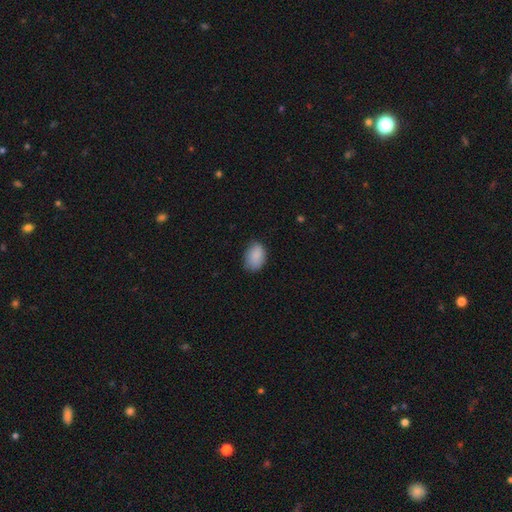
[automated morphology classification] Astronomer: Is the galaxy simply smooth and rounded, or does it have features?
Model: smooth — 88%.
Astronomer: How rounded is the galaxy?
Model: in between — 84%.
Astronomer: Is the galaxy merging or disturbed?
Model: none — 73%.